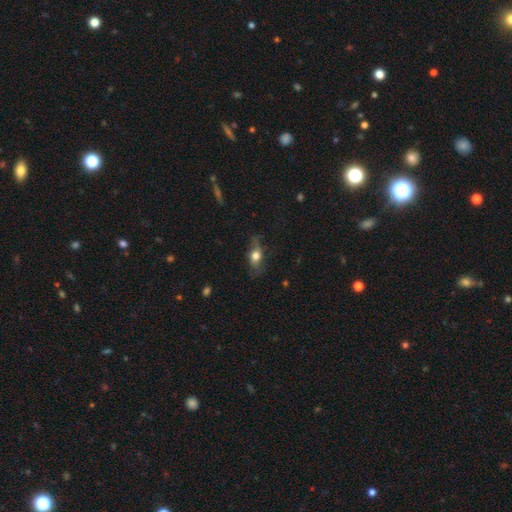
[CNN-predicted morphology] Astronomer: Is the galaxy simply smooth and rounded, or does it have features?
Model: smooth — 56% (runner-up: featured or disk, 35%).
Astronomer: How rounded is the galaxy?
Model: in between — 66%.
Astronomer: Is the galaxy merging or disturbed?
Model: none — 66%.